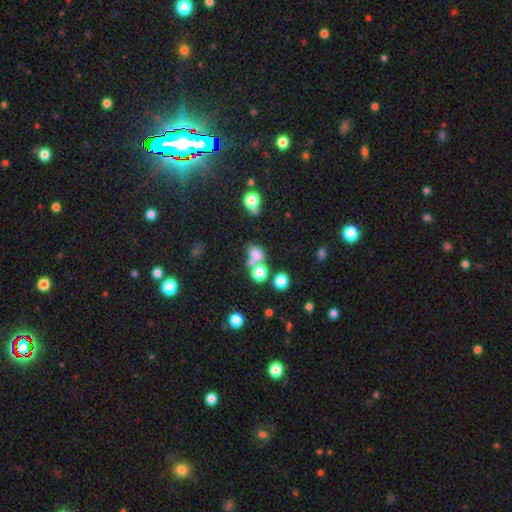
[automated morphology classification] A smooth galaxy with no disk features (67%) that is in between round and cigar-shaped (52%). Merging: merger (46%).